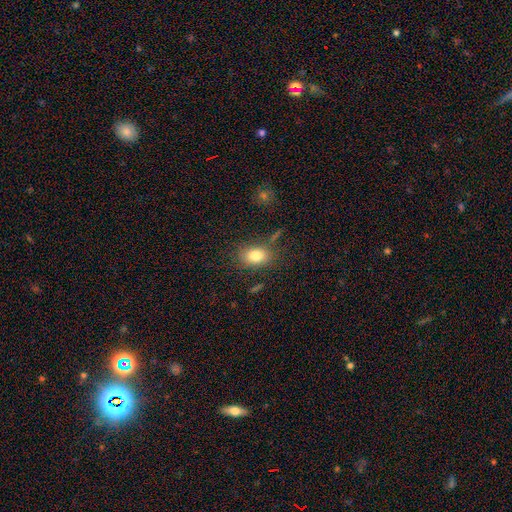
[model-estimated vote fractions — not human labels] A smooth galaxy with no disk features (82%) that is in between round and cigar-shaped (78%).

Vote fractions:
- Smooth or featured? smooth: 82% / star or artifact: 9% / featured or disk: 9%
- How rounded? in between: 78% / round: 20% / cigar-shaped: 2%
- Merging? none: 76% / minor disturbance: 14% / major disturbance: 5% / merger: 4%